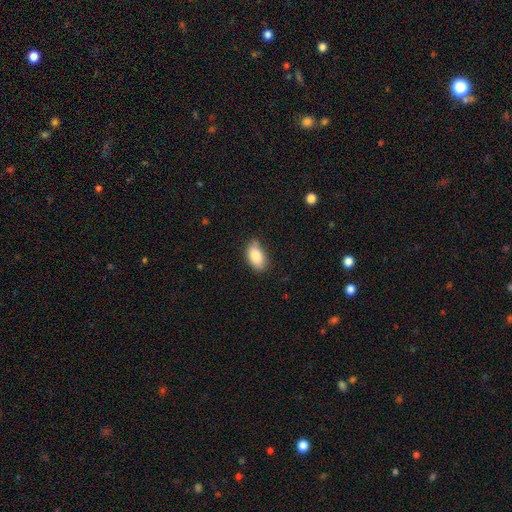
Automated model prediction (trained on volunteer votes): smooth-or-featured: smooth: 86% | star or artifact: 7% | featured or disk: 7%
  how-rounded: in between: 93% | round: 4% | cigar-shaped: 3%
  merging: none: 74% | minor disturbance: 21% | major disturbance: 3% | merger: 1%